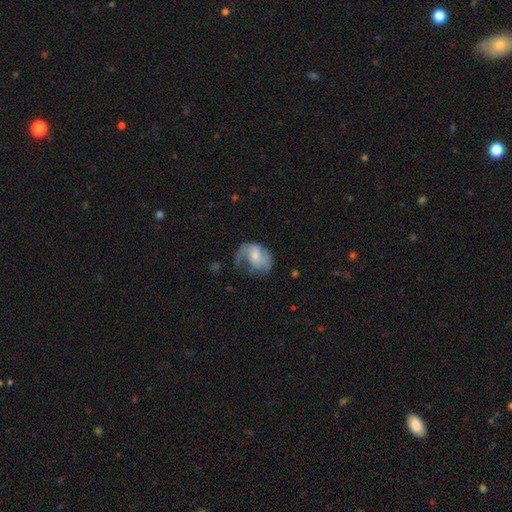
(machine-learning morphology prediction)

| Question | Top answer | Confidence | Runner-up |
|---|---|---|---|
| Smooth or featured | featured or disk | 52% | smooth (41%) |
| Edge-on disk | no | 97% | yes (3%) |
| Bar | no | 51% | weak (40%) |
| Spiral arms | yes | 71% | no (29%) |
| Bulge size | moderate | 40% | small (39%) |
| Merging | major disturbance | 45% | none (28%) |